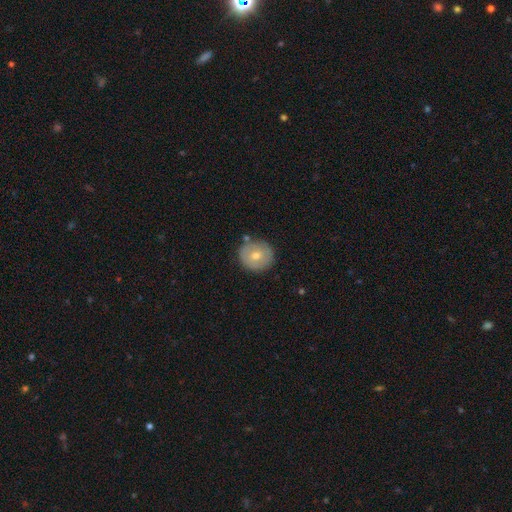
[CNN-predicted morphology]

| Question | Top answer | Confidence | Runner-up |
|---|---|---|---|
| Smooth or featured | smooth | 57% | featured or disk (35%) |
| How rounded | round | 91% | in between (8%) |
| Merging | none | 83% | minor disturbance (11%) |